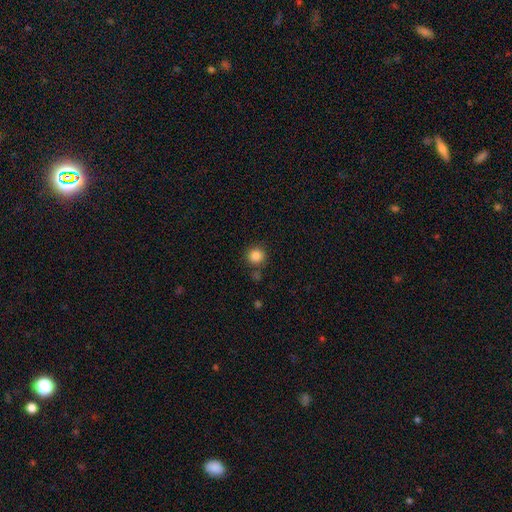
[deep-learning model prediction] The model was most divided on "merging": none: 82%, minor disturbance: 9%, merger: 6%, major disturbance: 3%. More confident: how rounded — round (93%); smooth or featured — smooth (86%).